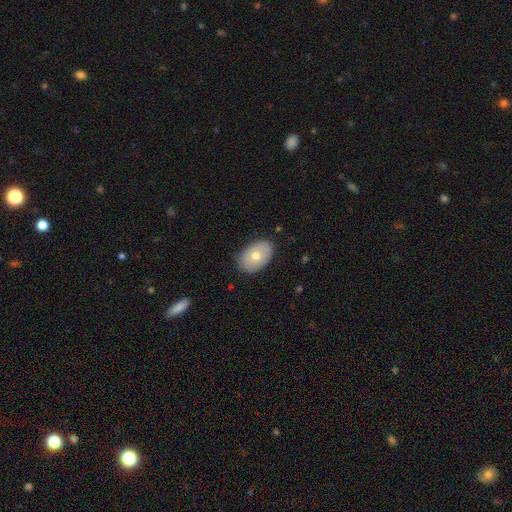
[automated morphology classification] type=smooth (69%); roundness=in between (88%); merging=none (86%).